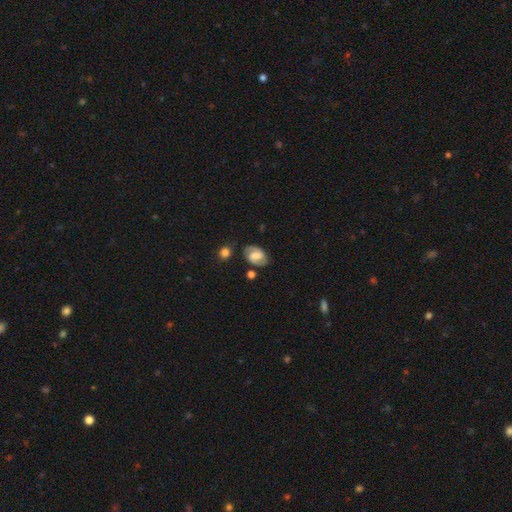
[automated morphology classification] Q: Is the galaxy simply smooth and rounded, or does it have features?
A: featured or disk — 59%.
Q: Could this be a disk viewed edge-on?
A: no — 96%.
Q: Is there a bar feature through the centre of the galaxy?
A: weak — 49%.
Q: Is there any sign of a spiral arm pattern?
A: yes — 84%.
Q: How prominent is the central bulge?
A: moderate — 39%.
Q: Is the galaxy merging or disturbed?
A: none — 74%.